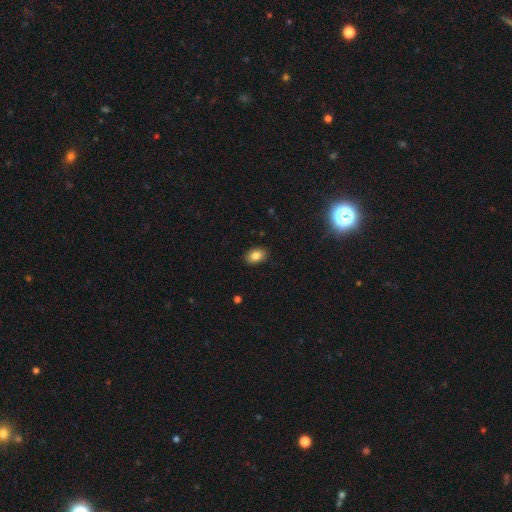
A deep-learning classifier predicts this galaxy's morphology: Overall: smooth (84%). How rounded: in between (82%). Merging: none (88%).